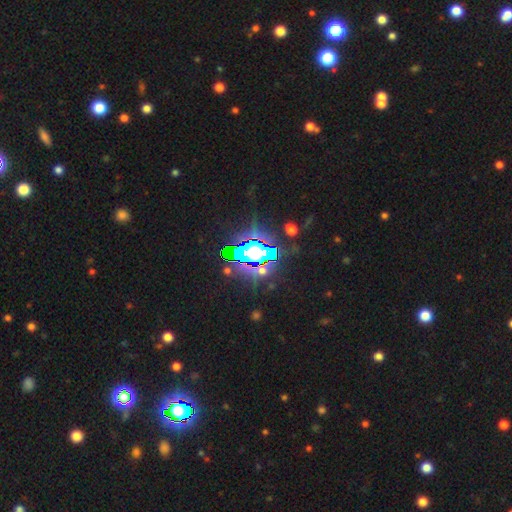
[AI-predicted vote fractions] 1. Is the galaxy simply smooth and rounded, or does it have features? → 73% star or artifact, 14% featured or disk, 13% smooth.